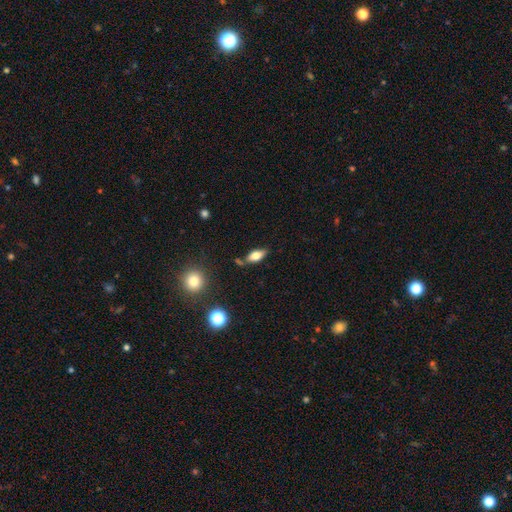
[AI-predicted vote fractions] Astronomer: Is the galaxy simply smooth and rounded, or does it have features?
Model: smooth — 68%.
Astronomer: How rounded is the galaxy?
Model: in between — 80%.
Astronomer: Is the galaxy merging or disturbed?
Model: none — 74%.